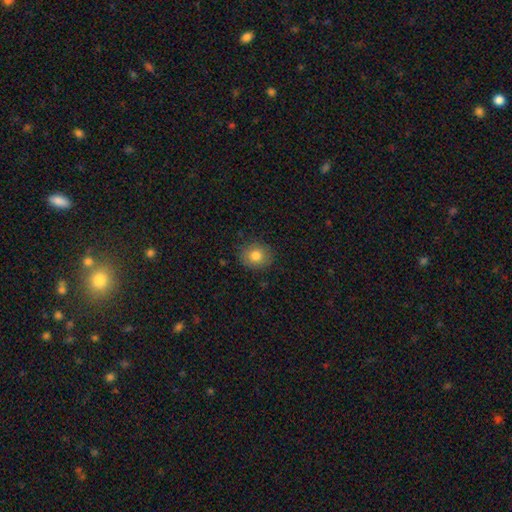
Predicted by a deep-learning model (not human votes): smooth 80%, featured or disk 11%, star or artifact 10%. Down the decision tree: how rounded — round (74%); merging — none (86%).